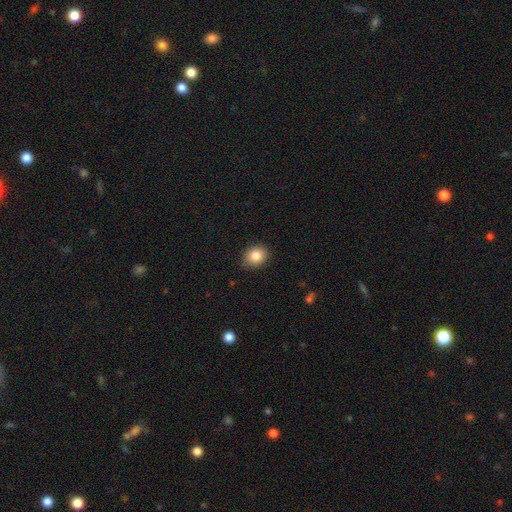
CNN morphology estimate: smooth 84%, star or artifact 9%, featured or disk 6%. Down the decision tree: how rounded — round (57%); merging — none (87%).